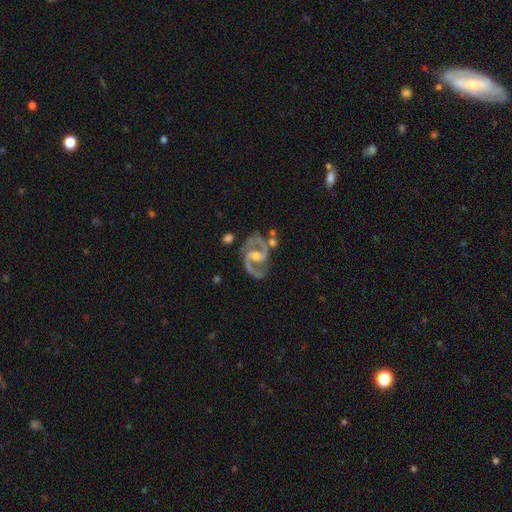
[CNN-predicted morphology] Smooth or featured?
  - featured or disk: 92% *
  - star or artifact: 5%
  - smooth: 3%
Edge-on disk?
  - no: 98% *
  - yes: 2%
Bar?
  - weak: 46% *
  - no: 28%
  - strong: 26%
Spiral arms?
  - yes: 98% *
  - no: 2%
Spiral winding?
  - medium: 64% *
  - tight: 22%
  - loose: 14%
Spiral arm count?
  - 2: 92% *
  - 3: 3%
  - can't tell: 2%
  - 1: 1%
  - 4: 1%
  - more than 4: 1%
Bulge size?
  - moderate: 59% *
  - small: 33%
  - large: 4%
  - none: 2%
  - dominant: 1%
Merging?
  - none: 67% *
  - minor disturbance: 18%
  - merger: 8%
  - major disturbance: 7%